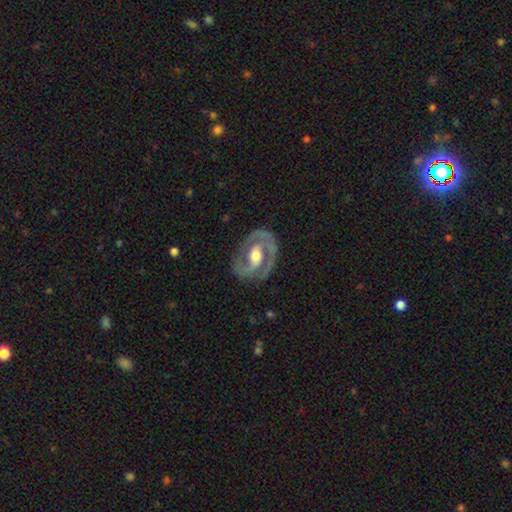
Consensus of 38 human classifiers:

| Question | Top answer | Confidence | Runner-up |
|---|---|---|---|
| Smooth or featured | featured or disk | 95% | smooth (3%) |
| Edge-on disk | no | 97% | yes (3%) |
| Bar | weak | 49% | strong (26%) |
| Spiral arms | yes | 97% | no (3%) |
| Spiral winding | tight | 50% | medium (35%) |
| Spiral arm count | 2 | 85% | 3 (9%) |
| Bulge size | moderate | 63% | large (23%) |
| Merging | none | 78% | minor disturbance (14%) |